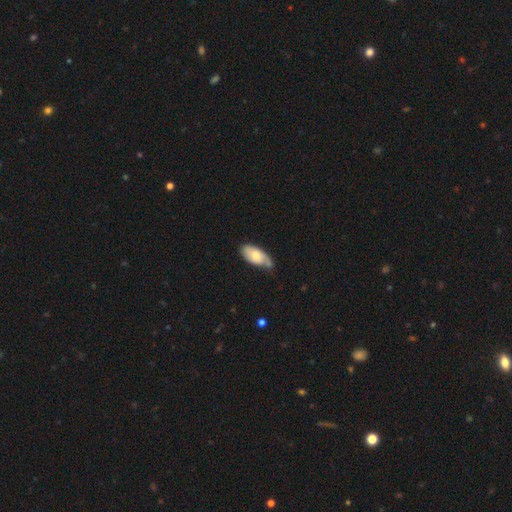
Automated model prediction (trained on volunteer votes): Smooth or featured? smooth (60%)
How rounded? in between (91%)
Merging? none (48%)